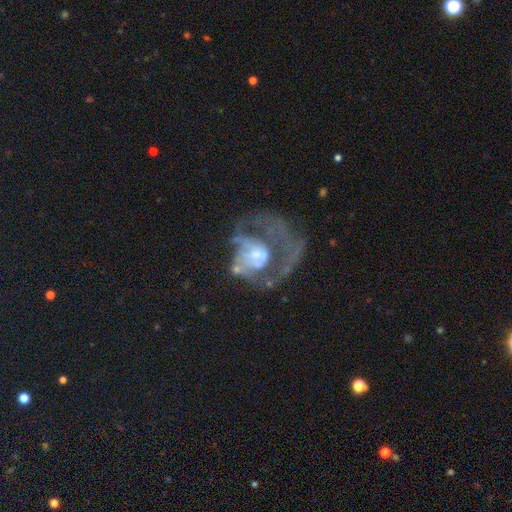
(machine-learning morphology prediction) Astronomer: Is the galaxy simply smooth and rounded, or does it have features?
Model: featured or disk — 68%.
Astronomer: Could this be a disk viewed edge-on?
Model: no — 97%.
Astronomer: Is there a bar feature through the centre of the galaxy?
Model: no — 74%.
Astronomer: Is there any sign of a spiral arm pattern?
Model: yes — 57% (runner-up: no, 43%).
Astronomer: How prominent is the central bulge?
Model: moderate — 41% (runner-up: small, 34%).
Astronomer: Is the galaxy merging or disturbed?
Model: major disturbance — 58%.